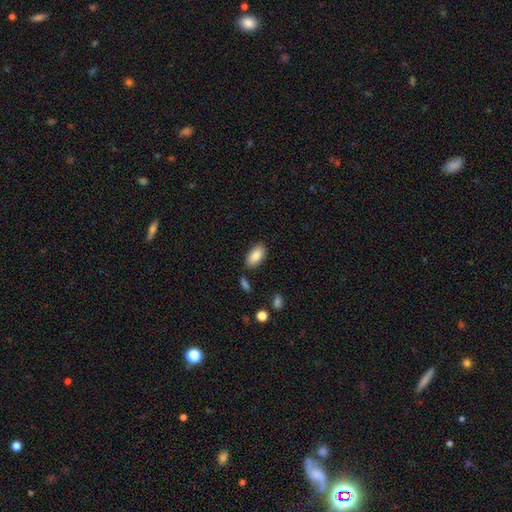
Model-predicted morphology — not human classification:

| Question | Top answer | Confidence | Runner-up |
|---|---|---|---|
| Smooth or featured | smooth | 85% | featured or disk (8%) |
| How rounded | in between | 93% | cigar-shaped (4%) |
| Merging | none | 84% | minor disturbance (11%) |